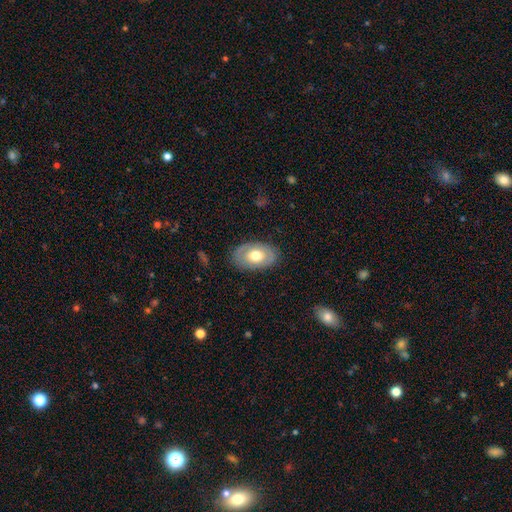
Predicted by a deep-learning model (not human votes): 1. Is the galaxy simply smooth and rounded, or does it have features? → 57% smooth, 36% featured or disk, 6% star or artifact.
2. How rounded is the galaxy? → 89% in between, 10% round, 1% cigar-shaped.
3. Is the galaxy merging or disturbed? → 82% none, 13% minor disturbance, 4% major disturbance, 1% merger.